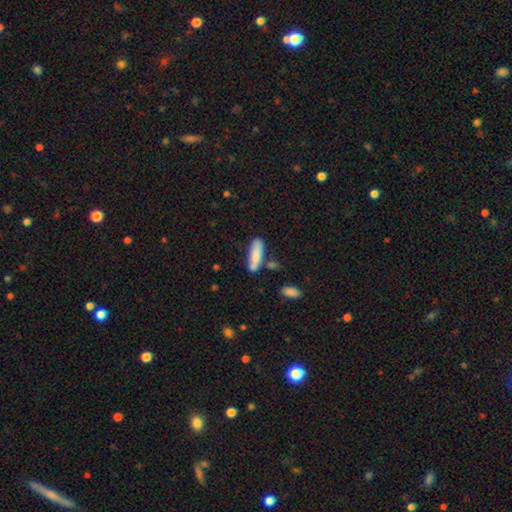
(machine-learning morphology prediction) Smooth or featured? Predicted: smooth (p=0.79). How rounded? Predicted: cigar-shaped (p=0.55). Merging? Predicted: none (p=0.61).